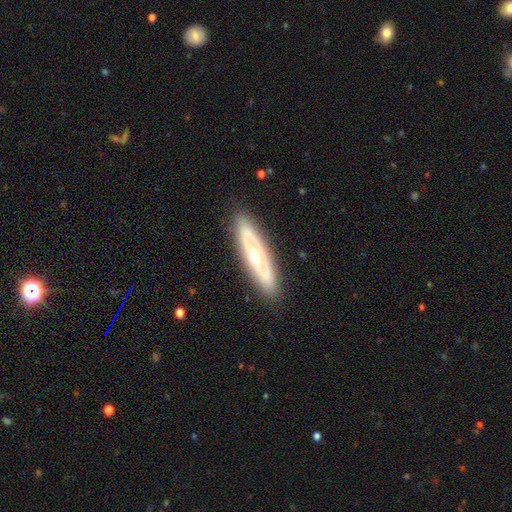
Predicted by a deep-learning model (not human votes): featured or disk 62%, smooth 33%, star or artifact 5%. Down the decision tree: edge-on disk — no (62%); merging — none (86%).